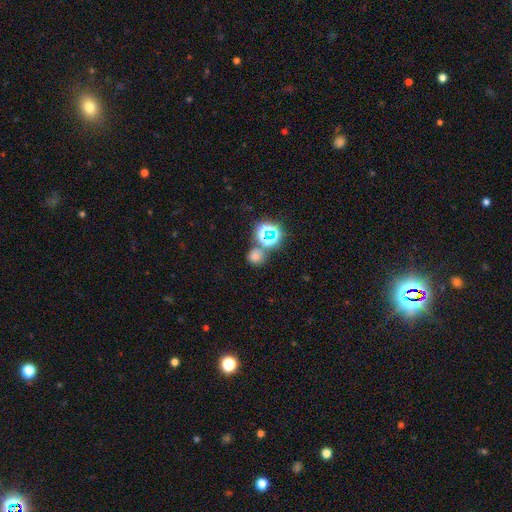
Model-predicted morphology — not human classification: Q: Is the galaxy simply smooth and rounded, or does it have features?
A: smooth — 61%.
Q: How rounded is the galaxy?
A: round — 88%.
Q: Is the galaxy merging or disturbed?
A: none — 67%.